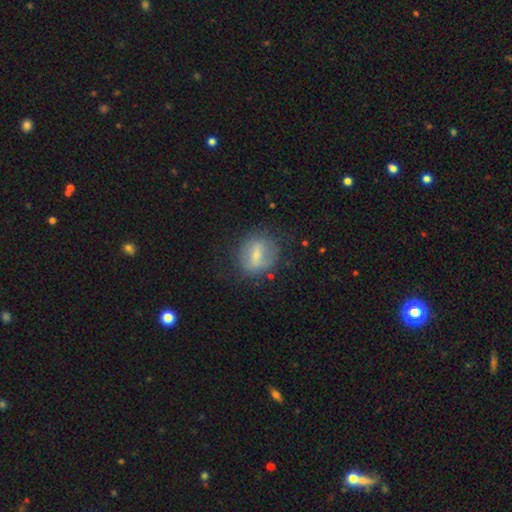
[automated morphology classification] The model was most divided on "smooth or featured": smooth: 54%, featured or disk: 38%, star or artifact: 8%. More confident: merging — none (72%); how rounded — round (59%).